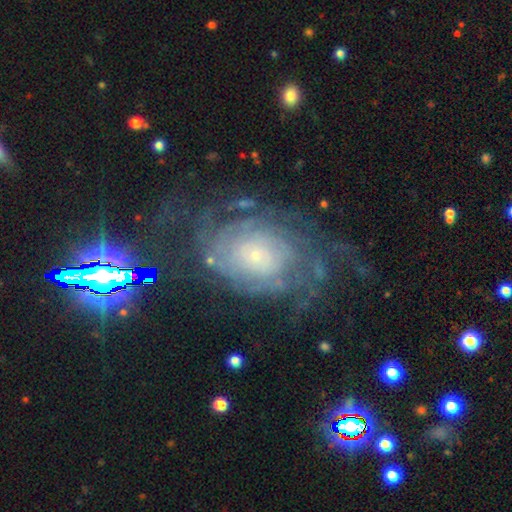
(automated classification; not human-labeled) Overall: featured or disk (77%). Edge-on disk: no (96%). Bar: no (79%). Spiral arms: yes (91%). Spiral arm count: can't tell (48%; more than 4 14%). Spiral winding: tight (69%). Bulge size: small (77%). Merging: none (63%).